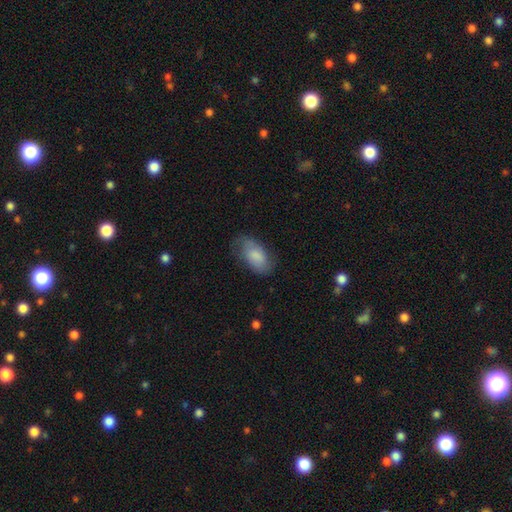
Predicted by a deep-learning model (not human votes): Smooth or featured? Predicted: smooth (p=0.73). How rounded? Predicted: in between (p=0.93). Merging? Predicted: none (p=0.65).